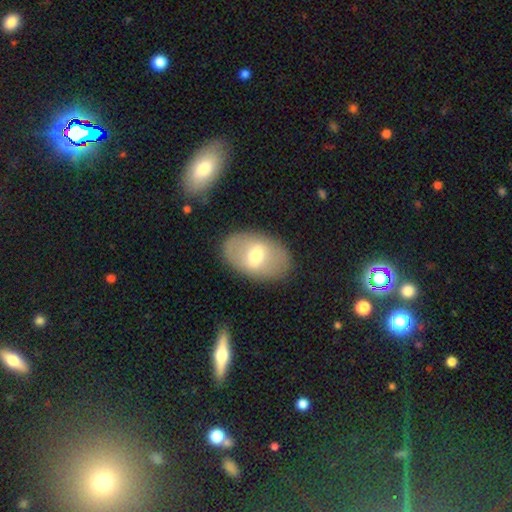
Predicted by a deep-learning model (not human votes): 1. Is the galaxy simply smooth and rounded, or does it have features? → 53% smooth, 40% featured or disk, 7% star or artifact.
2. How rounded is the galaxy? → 87% in between, 12% round, 1% cigar-shaped.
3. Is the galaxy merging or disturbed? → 85% none, 10% minor disturbance, 4% major disturbance, 1% merger.